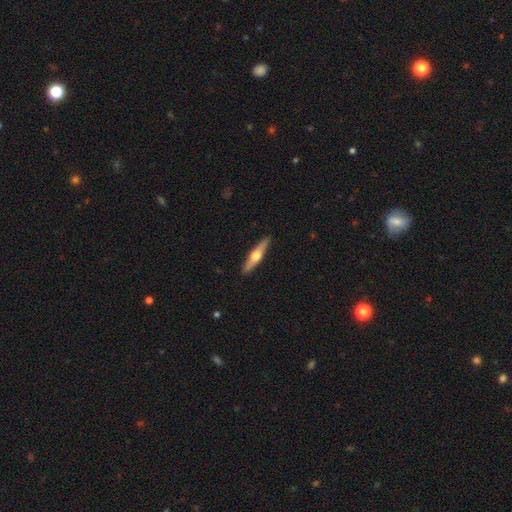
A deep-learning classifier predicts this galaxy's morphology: type=featured or disk (63%); edge-on=yes (96%); edge-on bulge=rounded (95%); merging=none (91%).